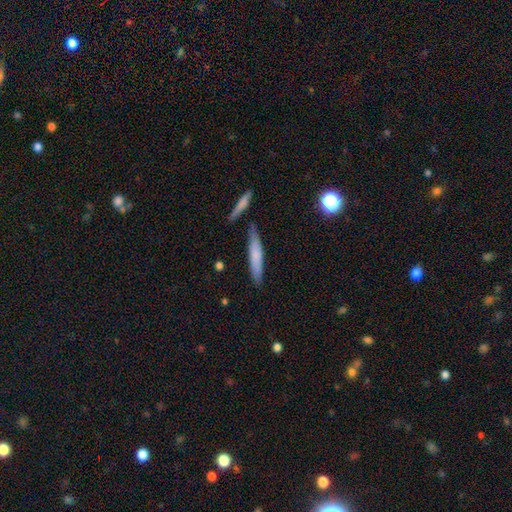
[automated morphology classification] smooth 67%, featured or disk 26%, star or artifact 7%. Down the decision tree: how rounded — cigar-shaped (88%); merging — none (74%).